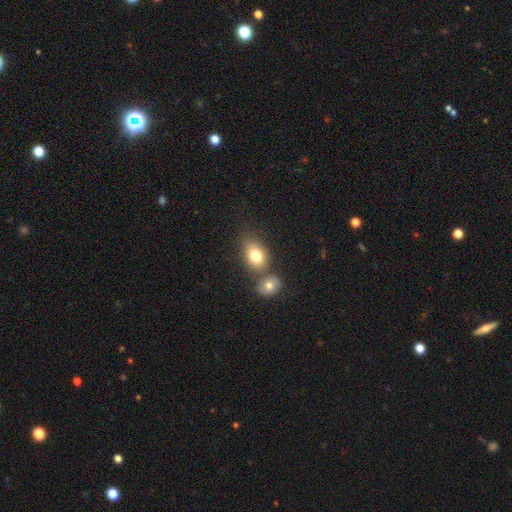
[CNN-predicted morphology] Smooth or featured: smooth — 77% (featured or disk — 14%)
How rounded: in between — 74% (round — 24%)
Merging: none — 50% (merger — 31%)